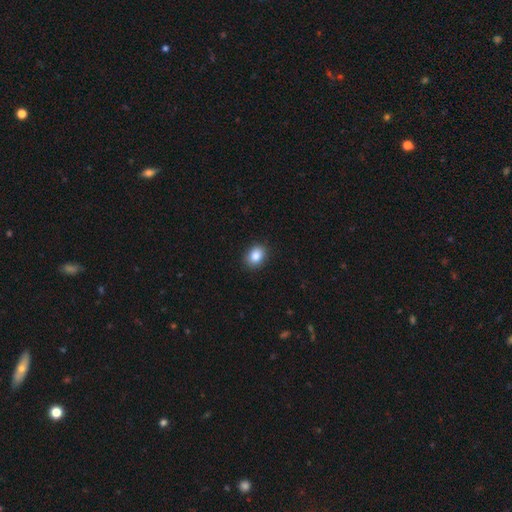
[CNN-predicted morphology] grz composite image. It shows a smooth galaxy with no disk features (86%) that is in between round and cigar-shaped (57%). Merging: none (90%).